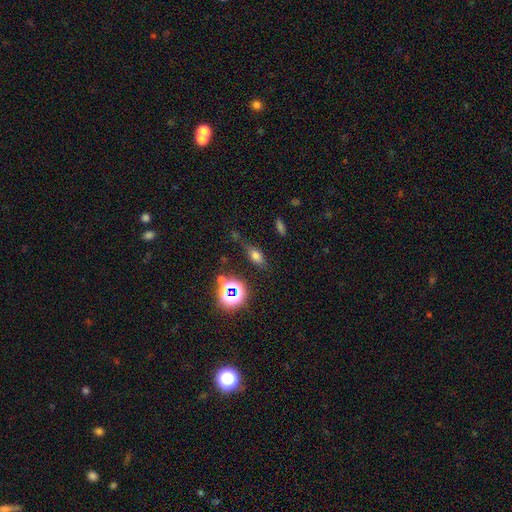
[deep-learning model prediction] smooth-or-featured: smooth: 60% | star or artifact: 24% | featured or disk: 17%
  how-rounded: in between: 70% | round: 16% | cigar-shaped: 14%
  merging: none: 64% | minor disturbance: 21% | major disturbance: 9% | merger: 6%